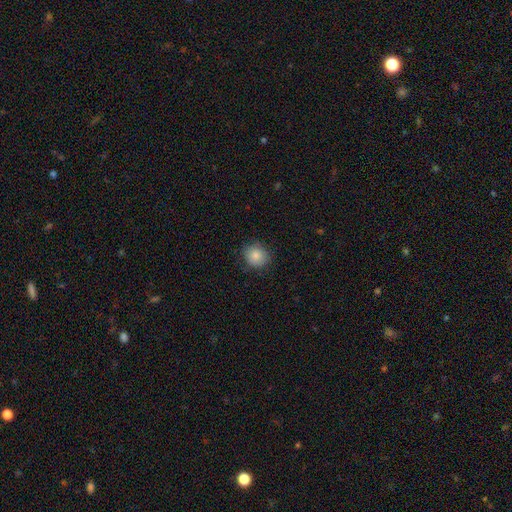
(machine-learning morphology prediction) Q: Smooth or featured?
A: smooth (85%); runner-up: star or artifact (9%)
Q: How rounded?
A: round (83%); runner-up: in between (16%)
Q: Merging?
A: none (82%); runner-up: minor disturbance (14%)